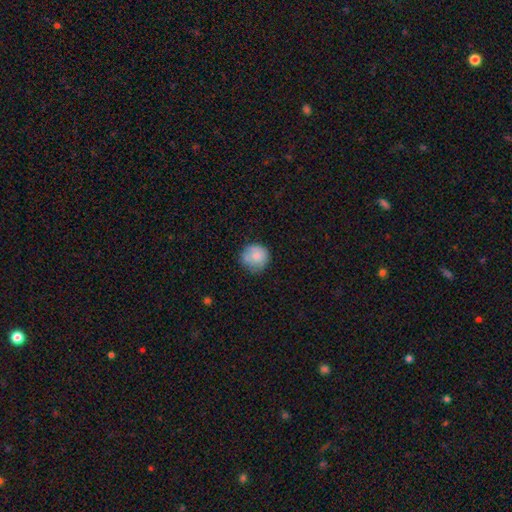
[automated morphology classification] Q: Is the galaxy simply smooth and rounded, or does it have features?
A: smooth — 80%.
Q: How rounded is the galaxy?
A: round — 91%.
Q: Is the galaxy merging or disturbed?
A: none — 70%.